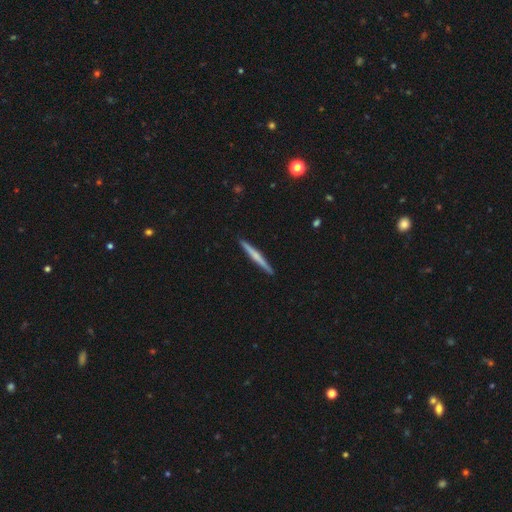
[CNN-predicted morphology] Q: Smooth or featured?
A: featured or disk (49%); runner-up: smooth (45%)
Q: Merging?
A: none (92%); runner-up: minor disturbance (5%)